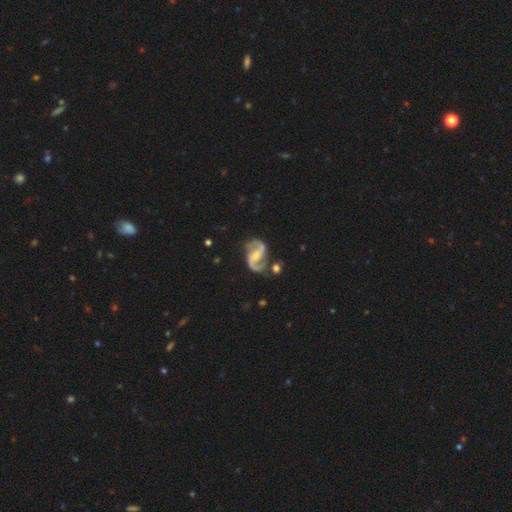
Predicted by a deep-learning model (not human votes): Smooth or featured? featured or disk (91%)
Edge-on disk? no (98%)
Bar? weak (42%)
Spiral arms? yes (98%)
Spiral winding? medium (50%)
Spiral arm count? 2 (94%)
Bulge size? small (50%)
Merging? none (68%)